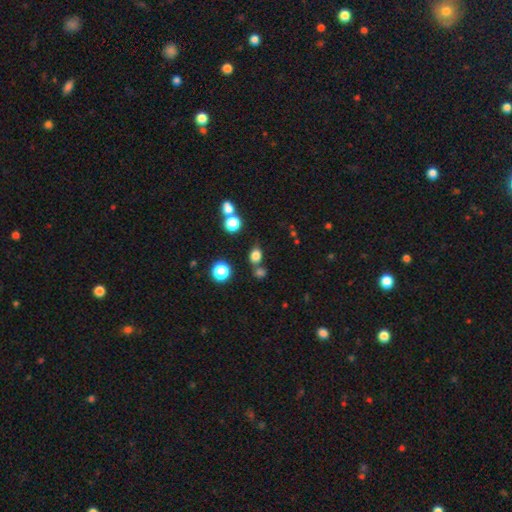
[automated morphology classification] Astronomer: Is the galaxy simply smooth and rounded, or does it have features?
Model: smooth — 77%.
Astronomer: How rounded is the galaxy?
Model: in between — 51% (runner-up: round, 48%).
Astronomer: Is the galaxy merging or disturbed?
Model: none — 66%.